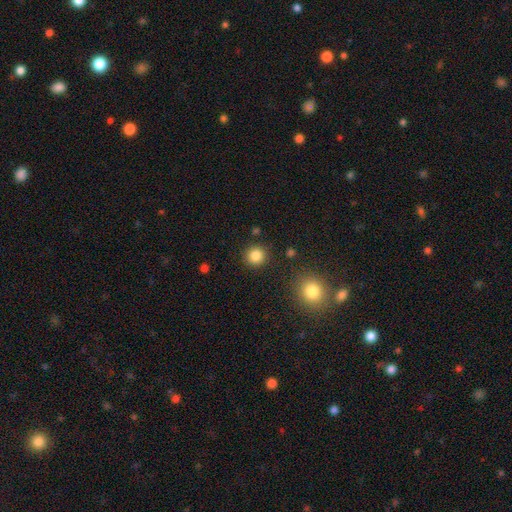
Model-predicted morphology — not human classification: Smooth or featured: smooth — 85% (star or artifact — 11%)
How rounded: round — 93% (in between — 6%)
Merging: none — 89% (minor disturbance — 6%)